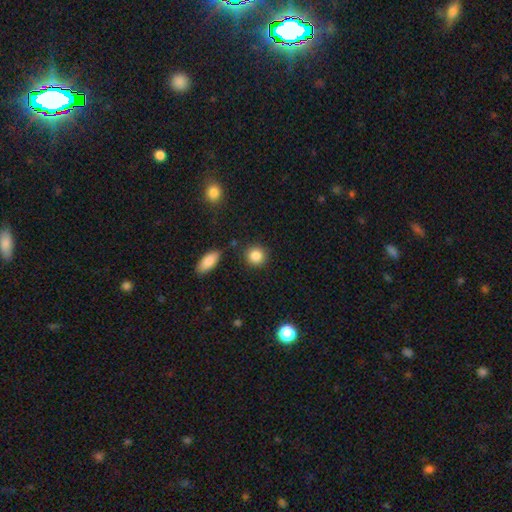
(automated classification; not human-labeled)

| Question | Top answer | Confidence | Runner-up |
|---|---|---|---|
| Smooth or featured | smooth | 86% | star or artifact (9%) |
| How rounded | round | 88% | in between (11%) |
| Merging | none | 86% | minor disturbance (8%) |